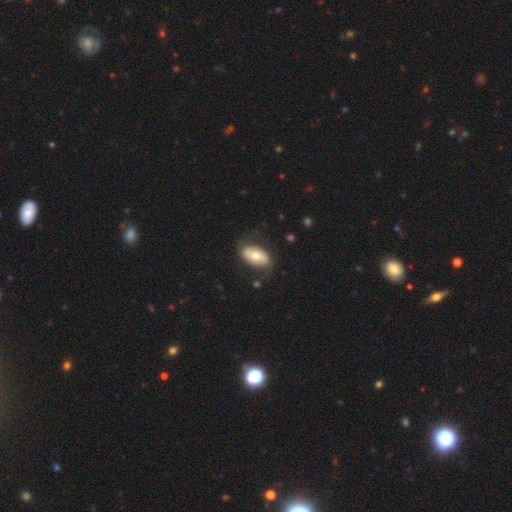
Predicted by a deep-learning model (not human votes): This is possibly a smooth galaxy (48%). Merging: likely none (70%).